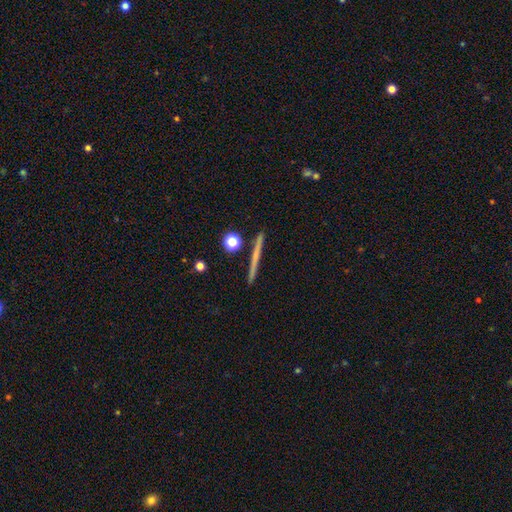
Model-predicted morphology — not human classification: Smooth or featured? Predicted: featured or disk (p=0.47). Merging? Predicted: none (p=0.91).